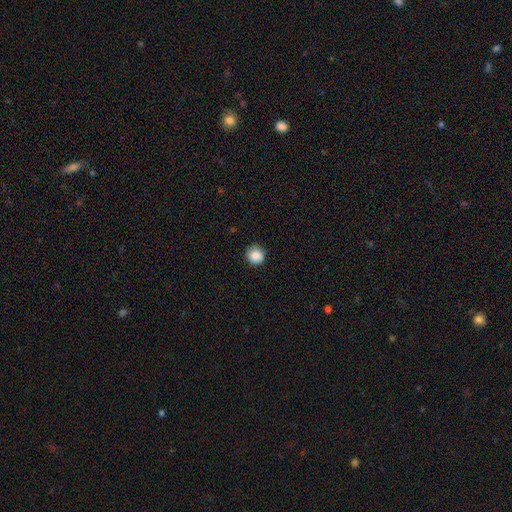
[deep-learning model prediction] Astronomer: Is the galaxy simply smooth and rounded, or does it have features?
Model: smooth — 88%.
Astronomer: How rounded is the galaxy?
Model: round — 94%.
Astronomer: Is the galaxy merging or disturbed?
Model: none — 86%.